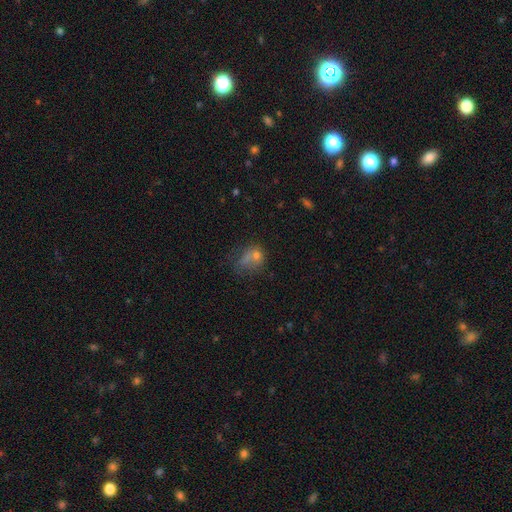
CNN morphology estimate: smooth 63%, featured or disk 20%, star or artifact 17%. Down the decision tree: how rounded — in between (53%); merging — none (30%).